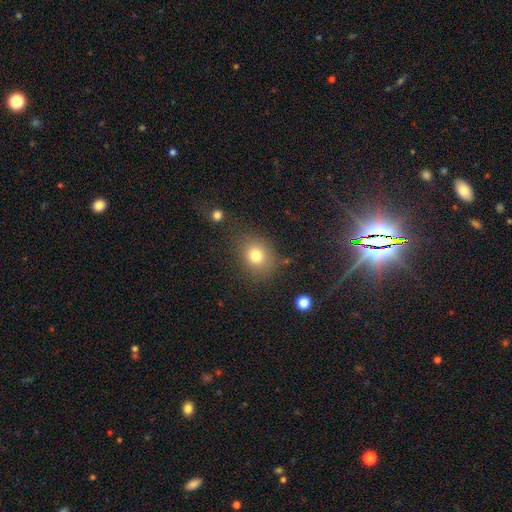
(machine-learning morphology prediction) This is likely a smooth galaxy (78%). How rounded: likely round (63%). Merging: likely none (76%).